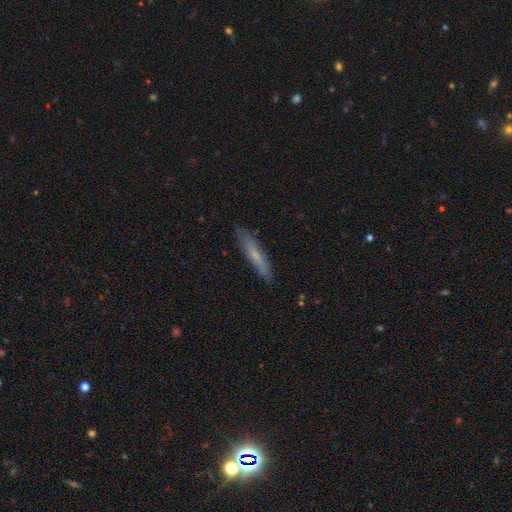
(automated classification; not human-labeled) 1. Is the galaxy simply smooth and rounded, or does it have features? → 60% smooth, 34% featured or disk, 6% star or artifact.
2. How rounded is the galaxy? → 91% cigar-shaped, 8% in between, 1% round.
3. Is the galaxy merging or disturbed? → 86% none, 11% minor disturbance, 2% major disturbance, 1% merger.